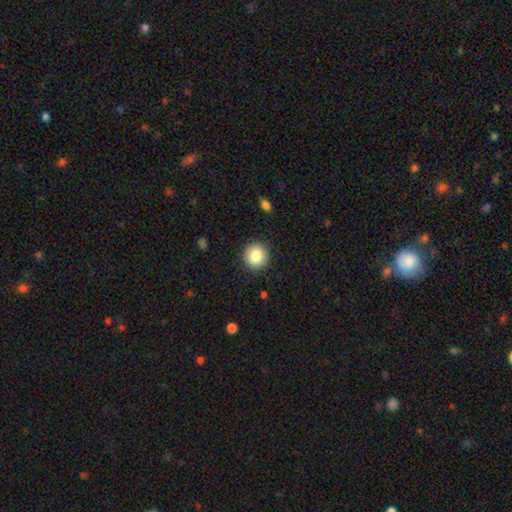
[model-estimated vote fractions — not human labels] A smooth galaxy with no disk features (85%) that is round (92%). Merging: none (91%).